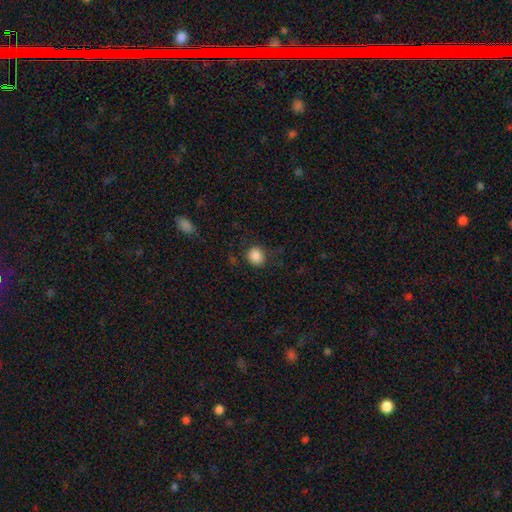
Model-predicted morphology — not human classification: type=smooth (87%); roundness=round (77%); merging=none (83%).